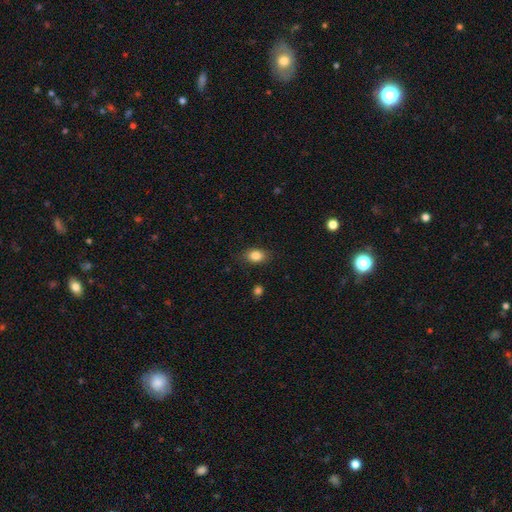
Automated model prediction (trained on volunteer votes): Overall: smooth (84%). How rounded: in between (76%). Merging: none (84%).